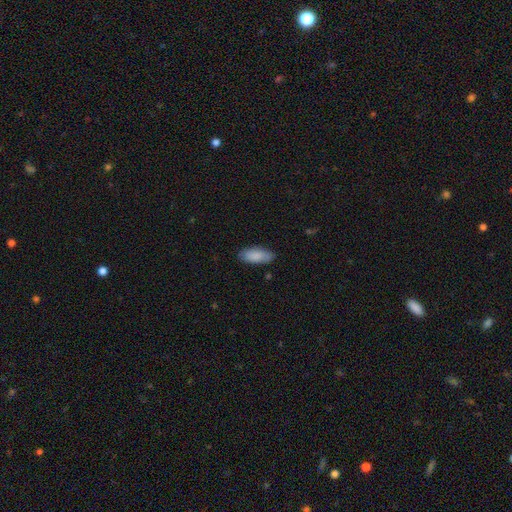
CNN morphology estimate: smooth-or-featured: smooth: 86% | featured or disk: 8% | star or artifact: 6%
  how-rounded: in between: 85% | cigar-shaped: 13% | round: 2%
  merging: none: 83% | minor disturbance: 14% | major disturbance: 2% | merger: 1%